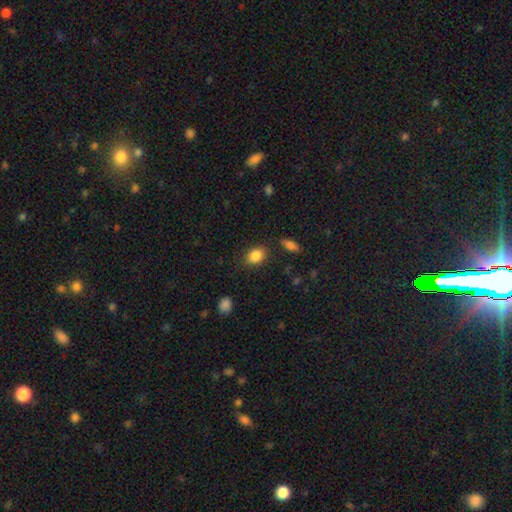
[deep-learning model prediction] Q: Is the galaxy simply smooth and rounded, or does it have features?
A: smooth — 86%.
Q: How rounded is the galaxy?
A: in between — 65%.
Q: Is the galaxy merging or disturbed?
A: none — 82%.